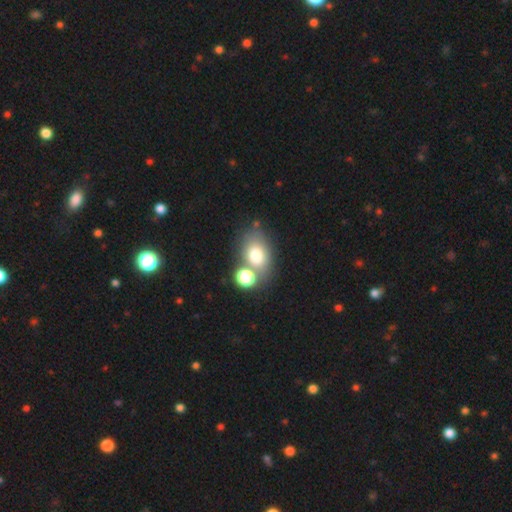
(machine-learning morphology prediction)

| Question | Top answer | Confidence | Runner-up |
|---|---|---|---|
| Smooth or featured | smooth | 75% | featured or disk (14%) |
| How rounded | in between | 75% | round (24%) |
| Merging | none | 46% | merger (35%) |